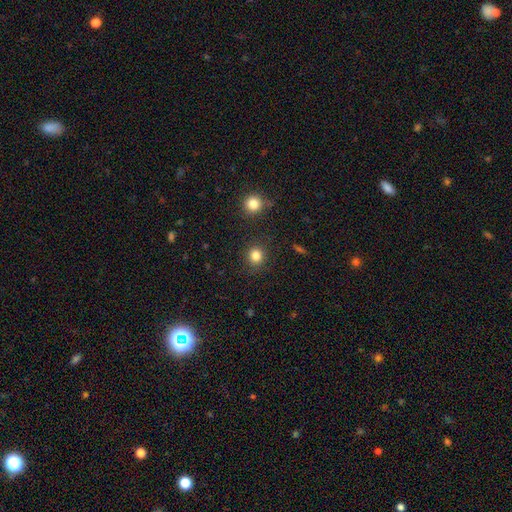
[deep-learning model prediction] This is clearly a smooth galaxy (83%). How rounded: clearly round (91%). Merging: clearly none (88%).